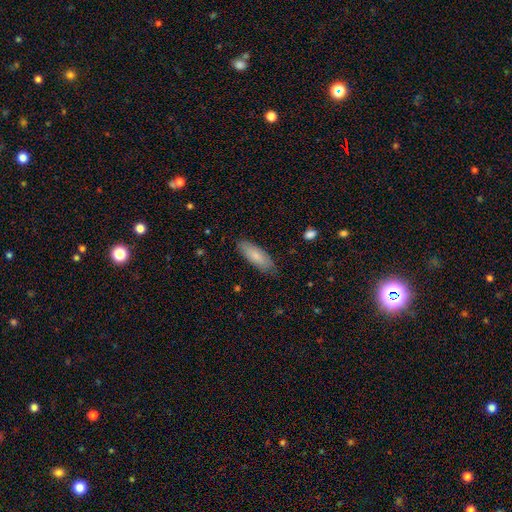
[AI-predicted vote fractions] Overall: smooth (79%). How rounded: in between (65%; cigar-shaped 33%). Merging: none (80%).